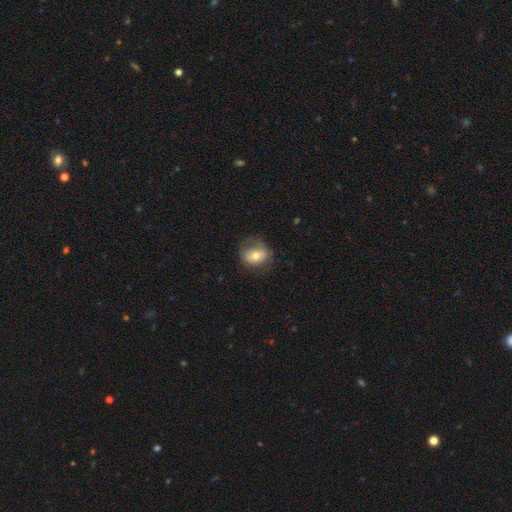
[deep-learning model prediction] A smooth galaxy with no disk features (63%) that is round (53%).

Vote fractions:
- Smooth or featured? smooth: 63% / featured or disk: 29% / star or artifact: 8%
- How rounded? round: 53% / in between: 46% / cigar-shaped: 1%
- Merging? none: 60% / minor disturbance: 24% / major disturbance: 14% / merger: 1%